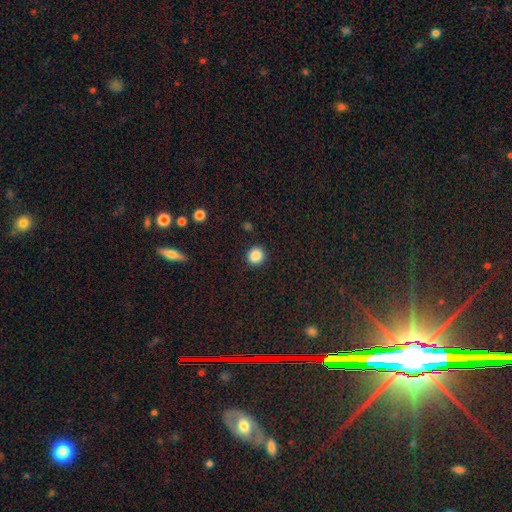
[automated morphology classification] Overall: smooth (87%). How rounded: round (90%). Merging: none (90%).